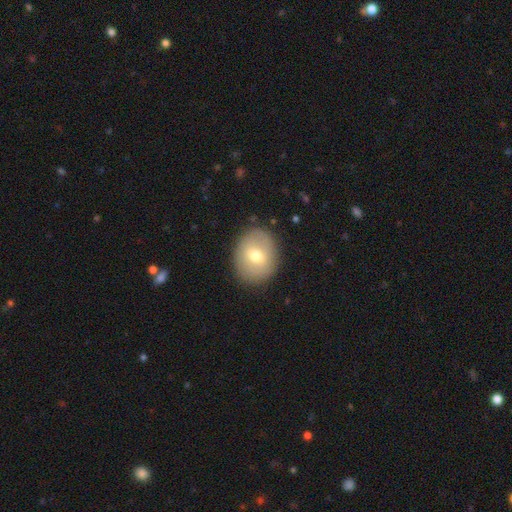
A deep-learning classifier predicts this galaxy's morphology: smooth 65%, featured or disk 27%, star or artifact 8%. Down the decision tree: how rounded — round (59%); merging — none (87%).